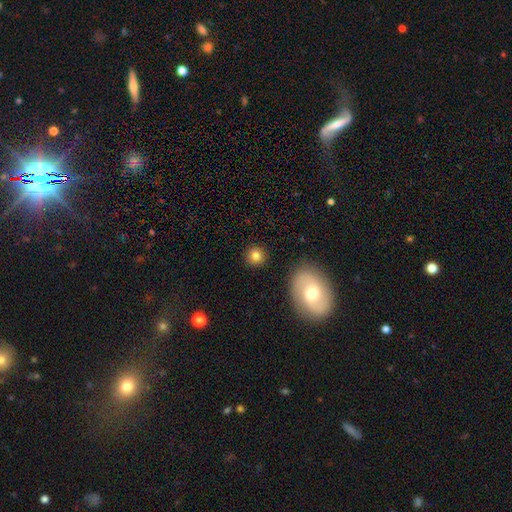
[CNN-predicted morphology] Q: Smooth or featured?
A: smooth (83%); runner-up: star or artifact (10%)
Q: How rounded?
A: round (92%); runner-up: in between (7%)
Q: Merging?
A: none (89%); runner-up: minor disturbance (6%)